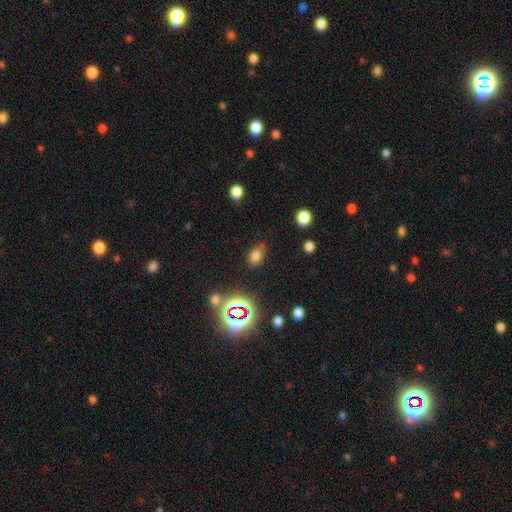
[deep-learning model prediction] Smooth or featured? Predicted: smooth (p=0.71). How rounded? Predicted: in between (p=0.73). Merging? Predicted: none (p=0.72).